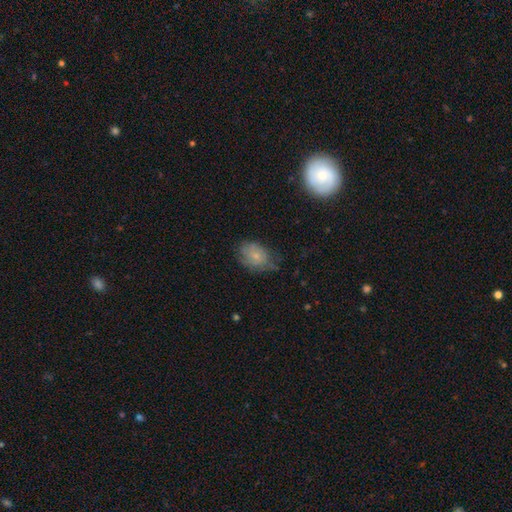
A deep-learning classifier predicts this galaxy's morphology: Overall: smooth (61%; featured or disk 30%). How rounded: in between (69%; round 29%). Merging: none (51%; minor disturbance 34%).